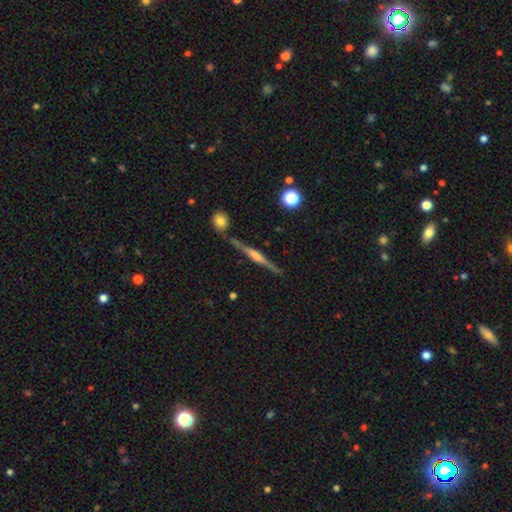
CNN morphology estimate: This appears to be a featured or disk galaxy (77%) viewed edge-on (97%) with a rounded central bulge (53%). Merging: none (82%).